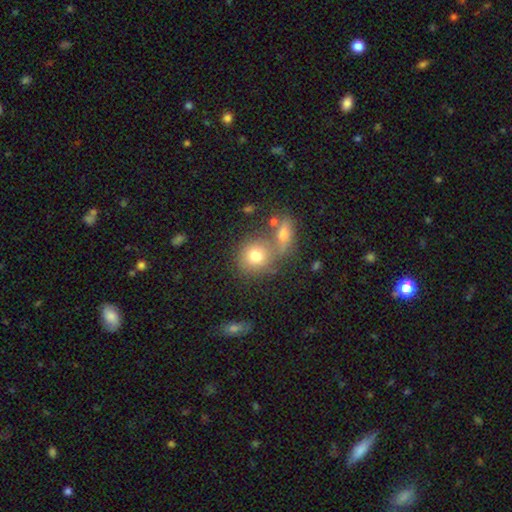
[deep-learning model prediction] smooth_or_featured: smooth (p=0.76) [alt: featured or disk p=0.13]
how_rounded: round (p=0.75) [alt: in between p=0.23]
merging: none (p=0.47) [alt: merger p=0.35]